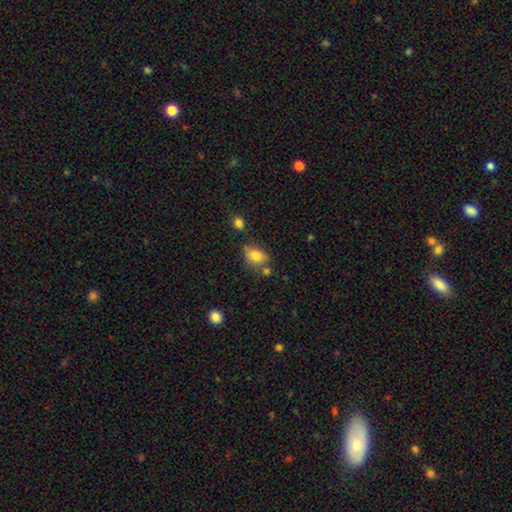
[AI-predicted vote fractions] The model was most divided on "how rounded": in between: 66%, round: 32%, cigar-shaped: 1%. More confident: smooth or featured — smooth (78%); merging — none (59%).